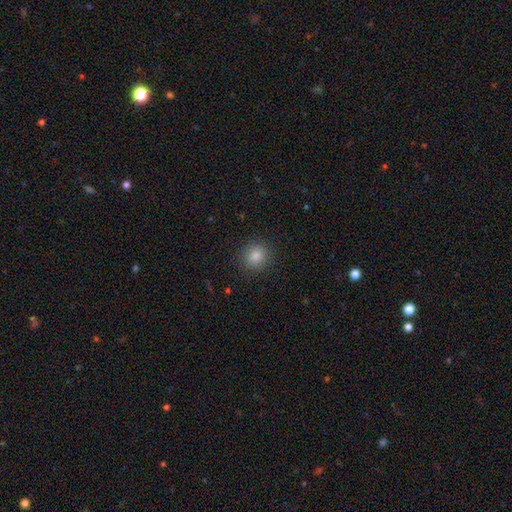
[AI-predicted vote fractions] This appears to be a smooth galaxy with no disk features (82%) that is round (86%). Merging: none (91%).